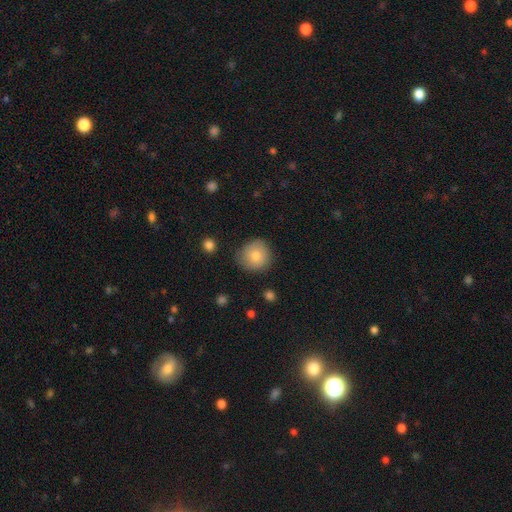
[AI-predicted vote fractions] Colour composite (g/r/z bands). It shows a smooth galaxy with no disk features (80%) that is round (90%). Merging: none (78%).